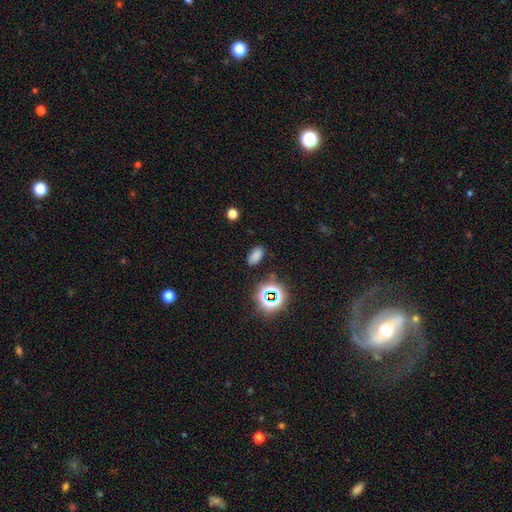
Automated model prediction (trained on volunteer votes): Q: Smooth or featured?
A: smooth (72%); runner-up: star or artifact (23%)
Q: How rounded?
A: in between (90%); runner-up: round (6%)
Q: Merging?
A: none (85%); runner-up: minor disturbance (10%)